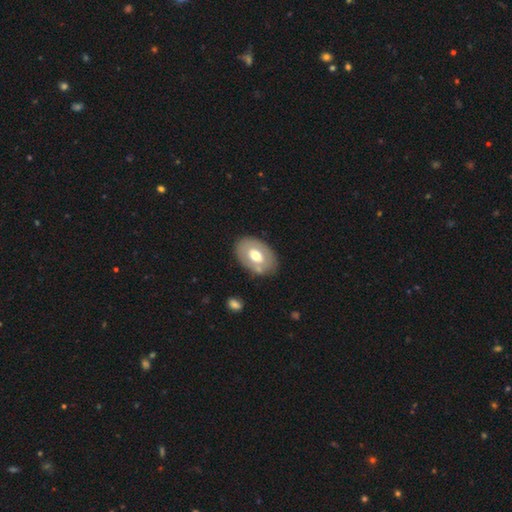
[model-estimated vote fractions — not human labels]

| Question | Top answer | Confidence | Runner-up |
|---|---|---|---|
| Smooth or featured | smooth | 51% | featured or disk (43%) |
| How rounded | in between | 85% | round (13%) |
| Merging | none | 79% | minor disturbance (13%) |